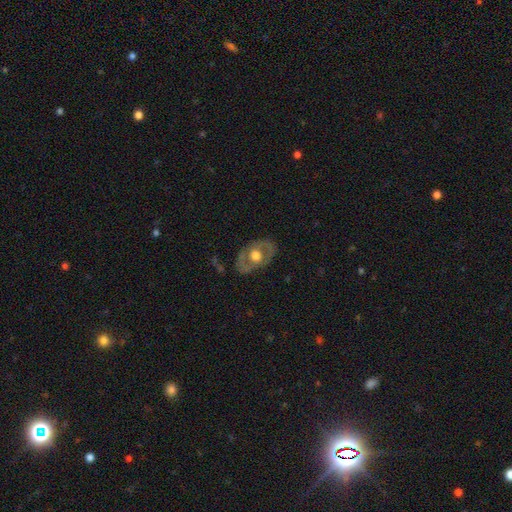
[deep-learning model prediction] This is likely a featured or disk galaxy (61%). It is clearly not viewed edge-on (91%). Bar: clearly no (85%). Spiral arm pattern: likely no (78%). Central bulge: possibly moderate (51%). Merging: likely none (77%).